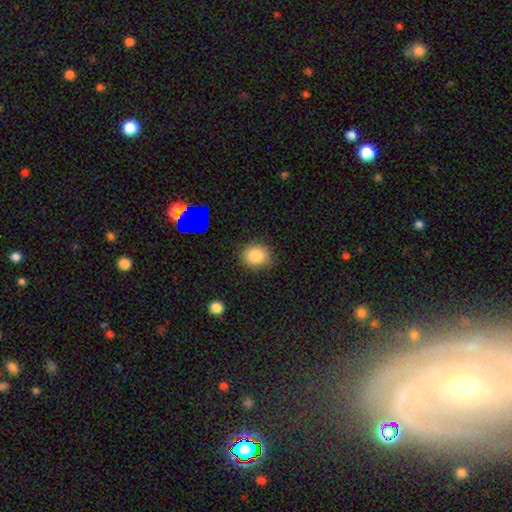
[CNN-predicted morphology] smooth-or-featured: smooth: 83% | star or artifact: 11% | featured or disk: 6%
  how-rounded: round: 67% | in between: 32% | cigar-shaped: 1%
  merging: none: 84% | minor disturbance: 11% | major disturbance: 3% | merger: 2%